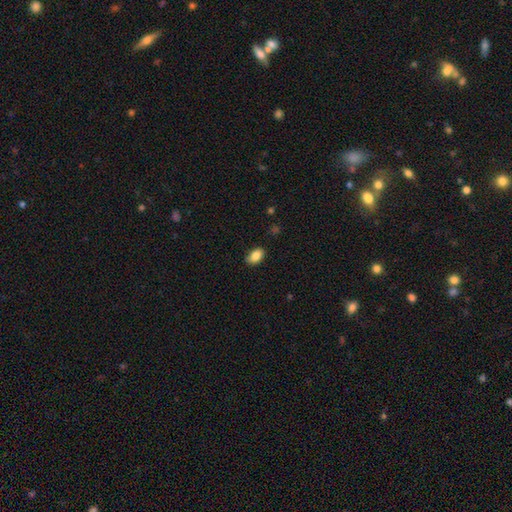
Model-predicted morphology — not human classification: Q: Smooth or featured?
A: smooth (87%); runner-up: star or artifact (8%)
Q: How rounded?
A: in between (90%); runner-up: round (8%)
Q: Merging?
A: none (82%); runner-up: minor disturbance (14%)